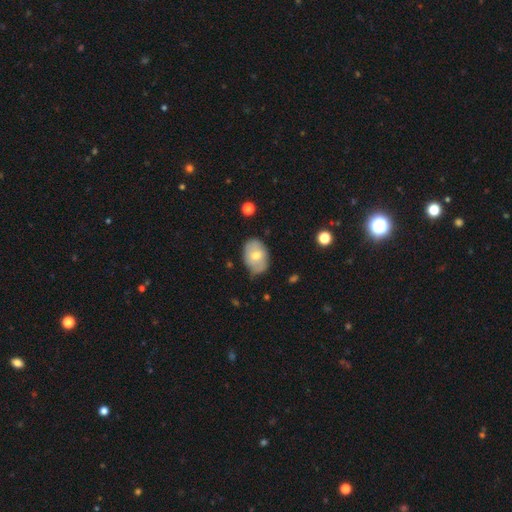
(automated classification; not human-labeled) smooth-or-featured: smooth: 65% | featured or disk: 28% | star or artifact: 7%
  how-rounded: in between: 79% | round: 20% | cigar-shaped: 1%
  merging: none: 67% | minor disturbance: 26% | major disturbance: 5% | merger: 2%